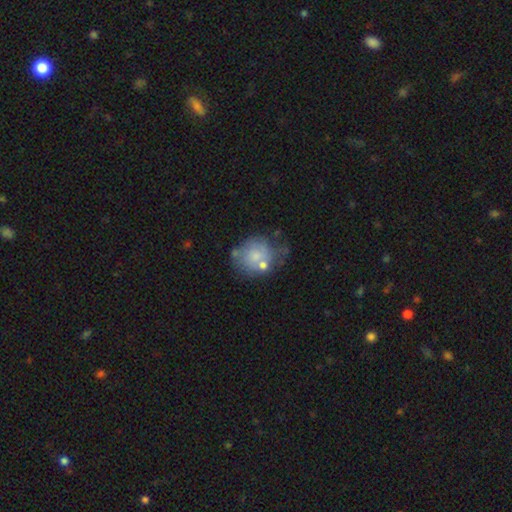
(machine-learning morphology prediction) A smooth galaxy with no disk features (58%) that is round (74%).

Vote fractions:
- Smooth or featured? smooth: 58% / featured or disk: 33% / star or artifact: 9%
- How rounded? round: 74% / in between: 25% / cigar-shaped: 1%
- Merging? none: 42% / minor disturbance: 26% / merger: 17% / major disturbance: 16%